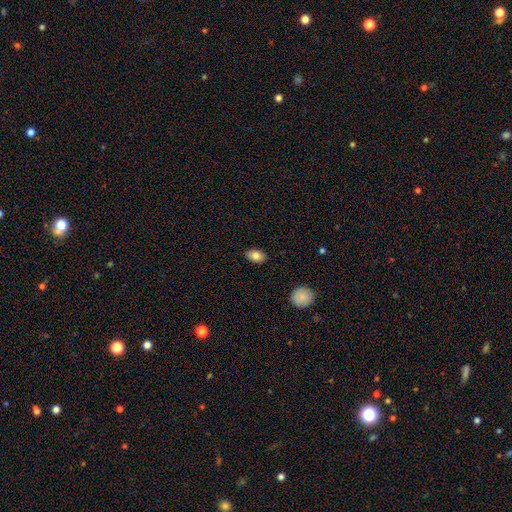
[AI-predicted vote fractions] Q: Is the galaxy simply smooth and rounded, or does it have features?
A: smooth — 82%.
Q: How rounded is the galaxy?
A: in between — 85%.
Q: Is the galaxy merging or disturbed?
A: none — 88%.